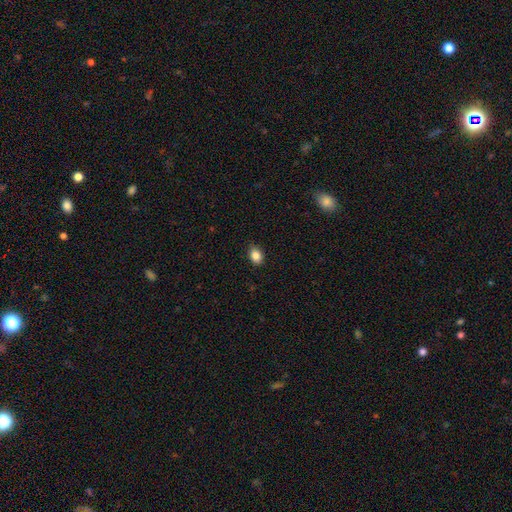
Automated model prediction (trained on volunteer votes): smooth 85%, star or artifact 10%, featured or disk 5%. Down the decision tree: how rounded — in between (68%); merging — none (84%).